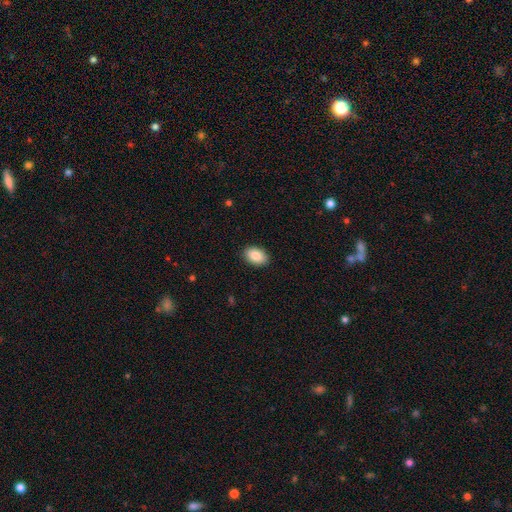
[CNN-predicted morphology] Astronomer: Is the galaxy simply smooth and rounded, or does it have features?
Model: smooth — 88%.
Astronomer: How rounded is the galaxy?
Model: in between — 91%.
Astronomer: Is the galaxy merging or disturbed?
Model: none — 90%.